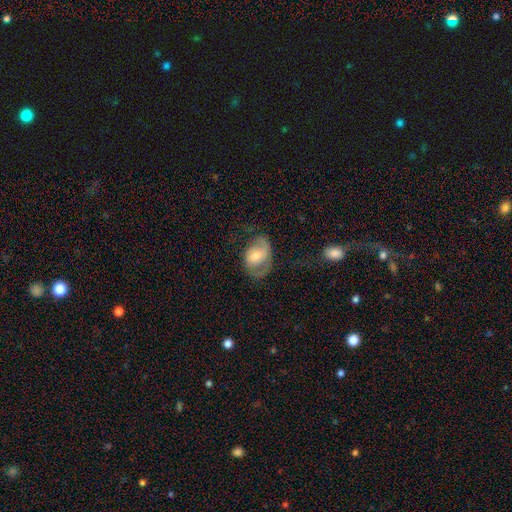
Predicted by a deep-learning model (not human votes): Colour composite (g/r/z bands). It shows a featured or disk galaxy (53%) with no bar (47%), spiral arms (75%) and a moderate central bulge (56%). Merging: none (48%).